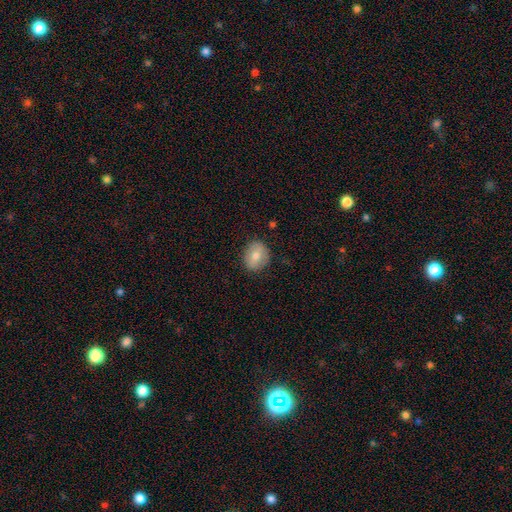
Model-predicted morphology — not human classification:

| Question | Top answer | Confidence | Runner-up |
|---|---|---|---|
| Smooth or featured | smooth | 75% | featured or disk (18%) |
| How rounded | round | 54% | in between (45%) |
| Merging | none | 85% | minor disturbance (11%) |